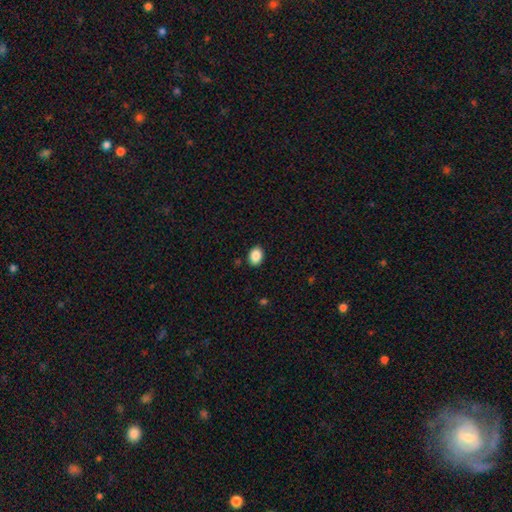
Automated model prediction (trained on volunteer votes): smooth 89%, star or artifact 8%, featured or disk 3%. Down the decision tree: how rounded — in between (74%); merging — none (89%).